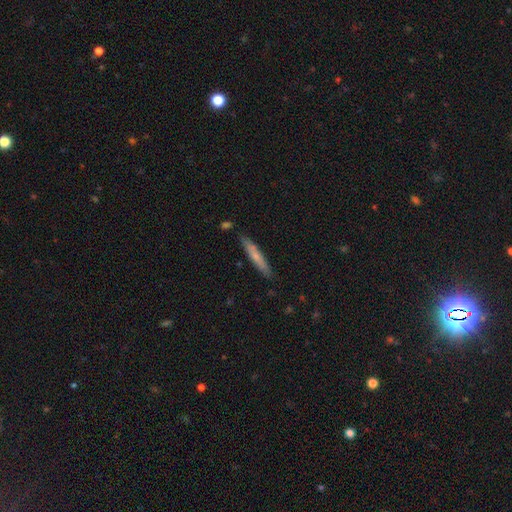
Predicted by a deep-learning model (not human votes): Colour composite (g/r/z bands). It shows a smooth galaxy with no disk features (61%) that is cigar-shaped (94%). Merging: none (85%).